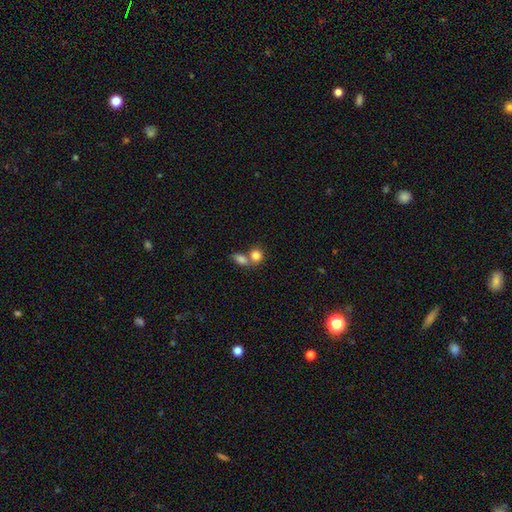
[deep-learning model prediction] smooth_or_featured: smooth (p=0.83) [alt: featured or disk p=0.09]
how_rounded: round (p=0.60) [alt: in between p=0.39]
merging: merger (p=0.56) [alt: none p=0.33]